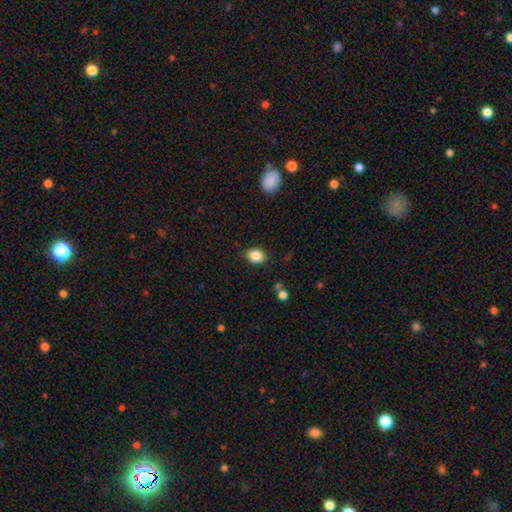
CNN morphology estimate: This appears to be a smooth galaxy with no disk features (86%) that is in between round and cigar-shaped (58%). Merging: none (84%).